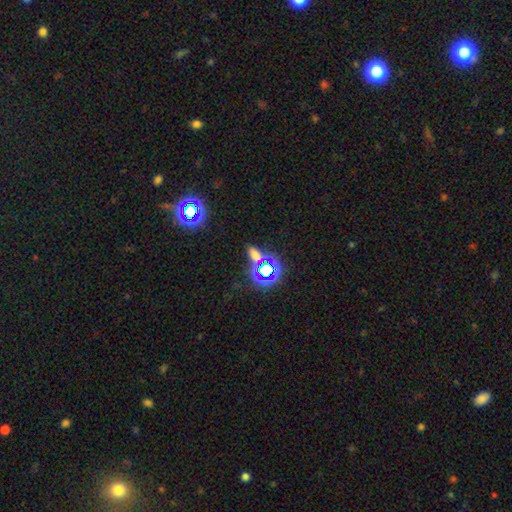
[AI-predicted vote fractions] Overall: smooth (45%, tied with star or artifact). Merging: none (66%).